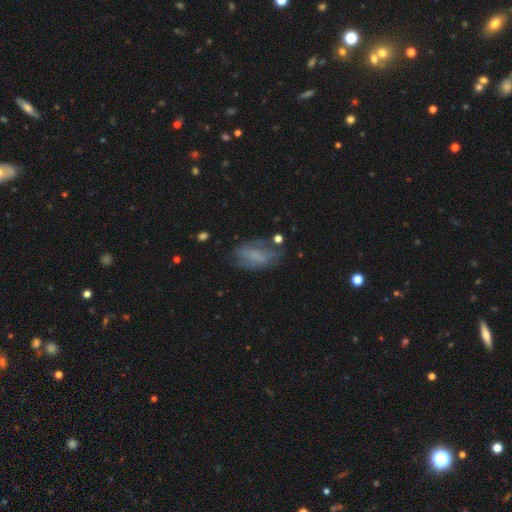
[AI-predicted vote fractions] Smooth or featured? Predicted: smooth (p=0.54). How rounded? Predicted: in between (p=0.87). Merging? Predicted: none (p=0.52).